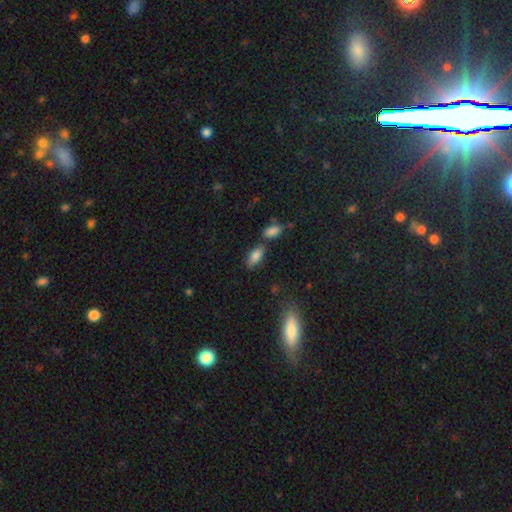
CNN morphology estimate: The model was most divided on "merging": none: 69%, minor disturbance: 14%, merger: 13%, major disturbance: 4%. More confident: how rounded — in between (85%); smooth or featured — smooth (82%).